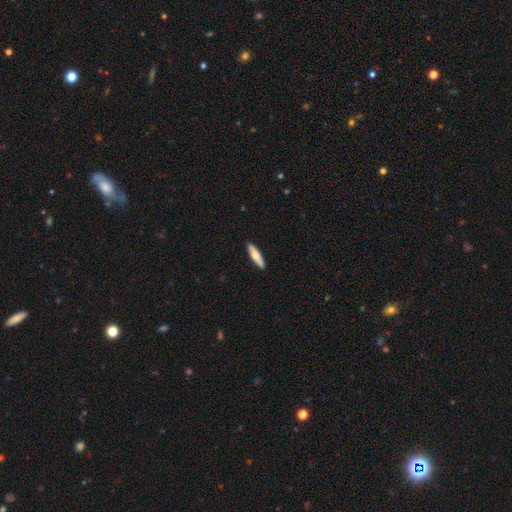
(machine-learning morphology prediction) Smooth or featured? smooth (71%)
How rounded? cigar-shaped (72%)
Merging? none (90%)